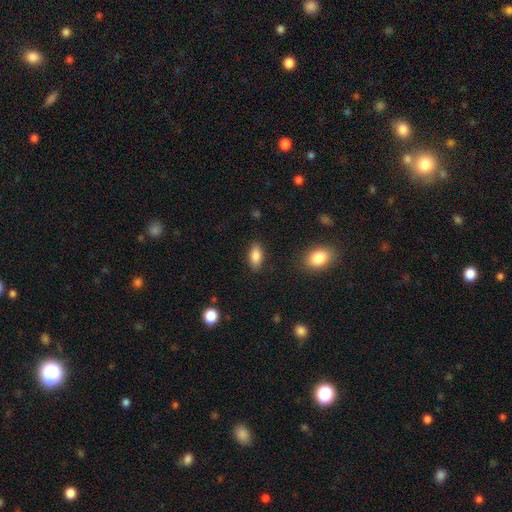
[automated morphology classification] Overall: smooth (85%). How rounded: in between (89%). Merging: none (86%).